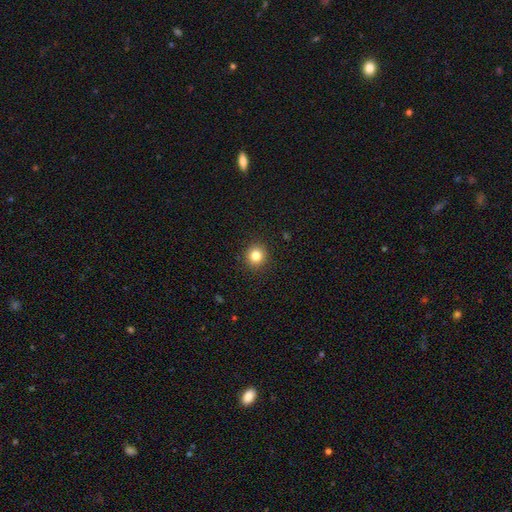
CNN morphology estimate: Q: Smooth or featured?
A: smooth (83%); runner-up: star or artifact (11%)
Q: How rounded?
A: round (91%); runner-up: in between (8%)
Q: Merging?
A: none (92%); runner-up: minor disturbance (5%)